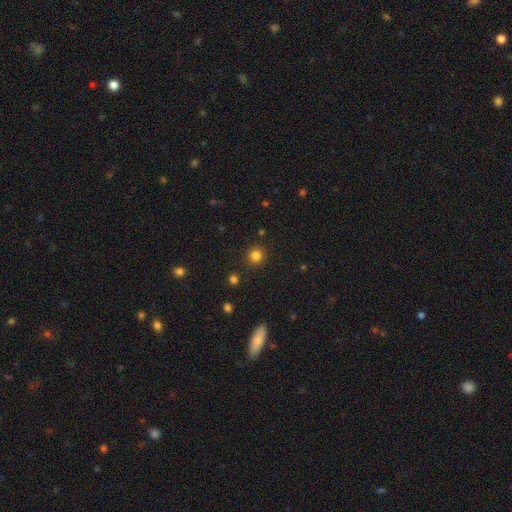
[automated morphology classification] The model was most divided on "smooth or featured": smooth: 82%, star or artifact: 14%, featured or disk: 4%. More confident: how rounded — round (93%); merging — none (90%).